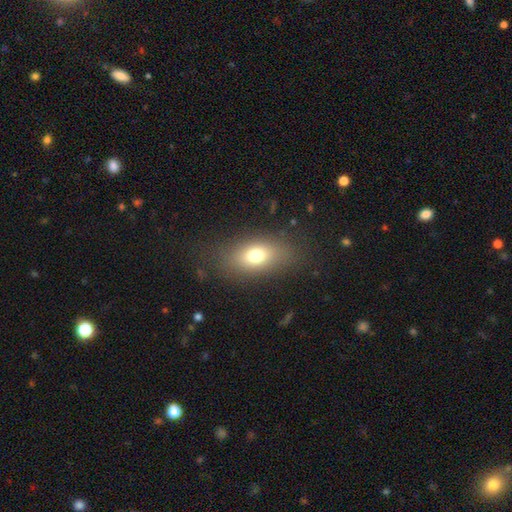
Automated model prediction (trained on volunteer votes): Smooth or featured: smooth — 73% (featured or disk — 16%)
How rounded: in between — 81% (round — 14%)
Merging: none — 80% (minor disturbance — 12%)